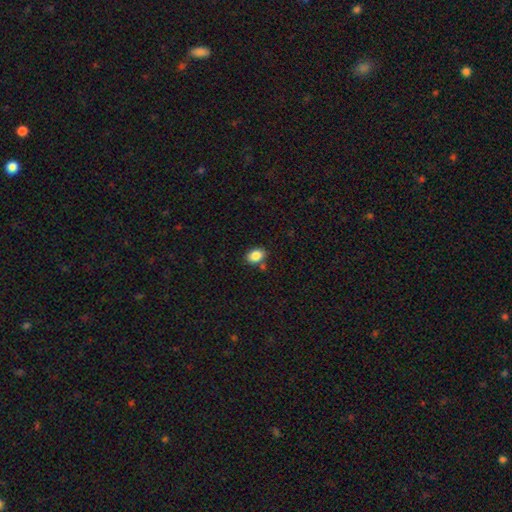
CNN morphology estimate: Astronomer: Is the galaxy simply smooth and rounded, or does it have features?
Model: smooth — 86%.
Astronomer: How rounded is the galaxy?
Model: in between — 76%.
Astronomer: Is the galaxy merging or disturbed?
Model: none — 78%.